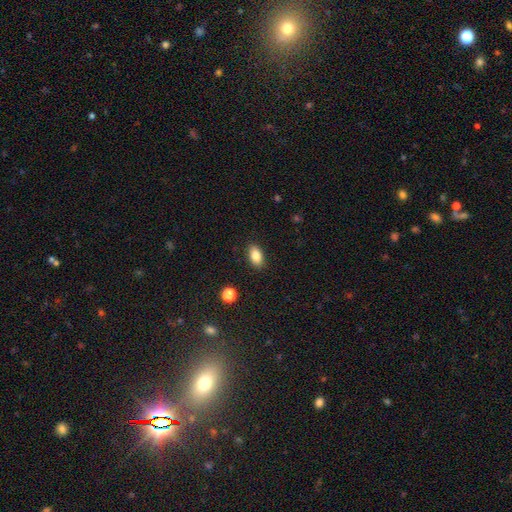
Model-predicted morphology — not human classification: Smooth or featured: smooth — 85% (star or artifact — 9%)
How rounded: in between — 90% (round — 6%)
Merging: none — 88% (minor disturbance — 8%)